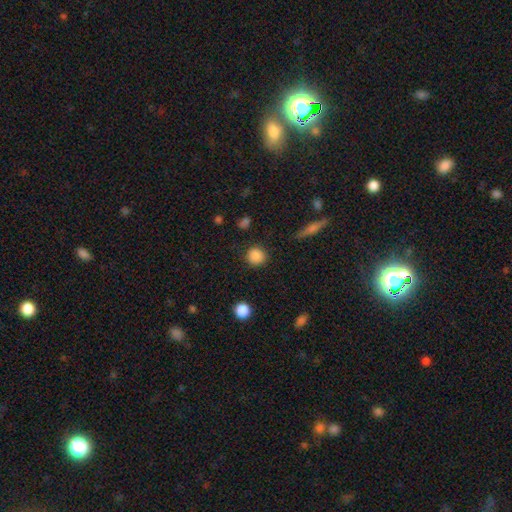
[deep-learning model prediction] The model was most divided on "smooth or featured": smooth: 86%, star or artifact: 10%, featured or disk: 4%. More confident: how rounded — round (91%); merging — none (88%).